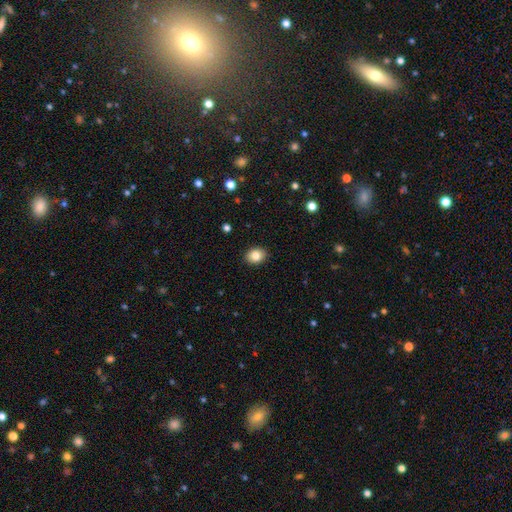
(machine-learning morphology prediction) Smooth or featured? smooth (84%)
How rounded? in between (59%)
Merging? none (90%)